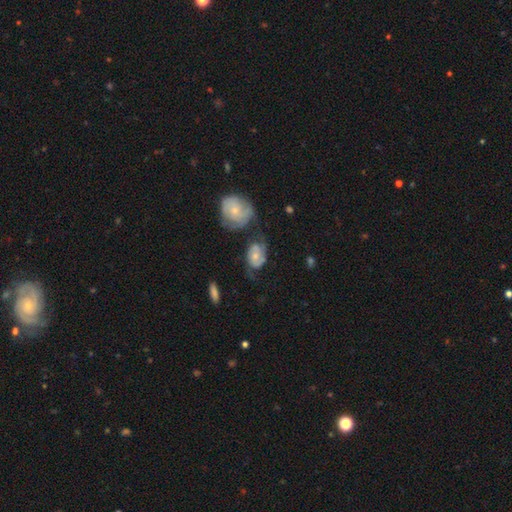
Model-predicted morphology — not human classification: Smooth or featured?
  - featured or disk: 69% *
  - smooth: 24%
  - star or artifact: 7%
Edge-on disk?
  - no: 97% *
  - yes: 3%
Bar?
  - no: 64% *
  - weak: 30%
  - strong: 6%
Spiral arms?
  - yes: 89% *
  - no: 11%
Spiral winding?
  - medium: 44% *
  - tight: 34%
  - loose: 21%
Spiral arm count?
  - 2: 74% *
  - can't tell: 13%
  - 1: 6%
  - 3: 4%
  - 4: 2%
  - more than 4: 1%
Bulge size?
  - small: 48% *
  - moderate: 41%
  - large: 5%
  - none: 4%
  - dominant: 1%
Merging?
  - none: 39% *
  - minor disturbance: 22%
  - major disturbance: 20%
  - merger: 19%